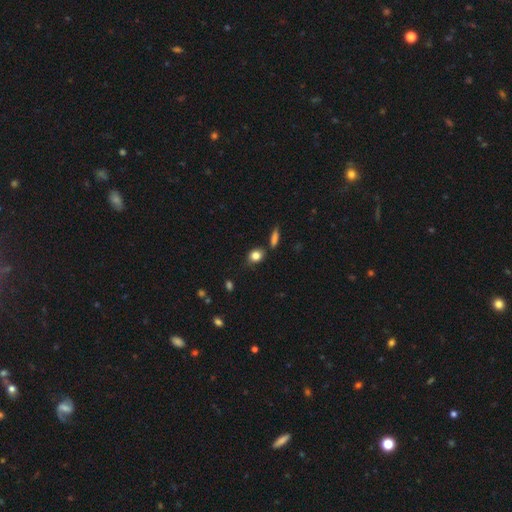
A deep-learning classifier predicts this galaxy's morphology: Smooth or featured: smooth — 83% (star or artifact — 10%)
How rounded: round — 51% (in between — 46%)
Merging: none — 72% (minor disturbance — 17%)